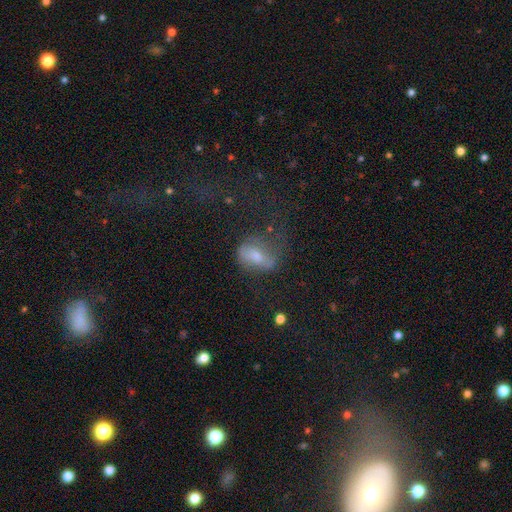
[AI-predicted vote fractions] A smooth galaxy with no disk features (56%) that is in between round and cigar-shaped (77%).

Vote fractions:
- Smooth or featured? smooth: 56% / featured or disk: 31% / star or artifact: 13%
- How rounded? in between: 77% / round: 17% / cigar-shaped: 5%
- Merging? major disturbance: 36% / none: 34% / minor disturbance: 25% / merger: 5%